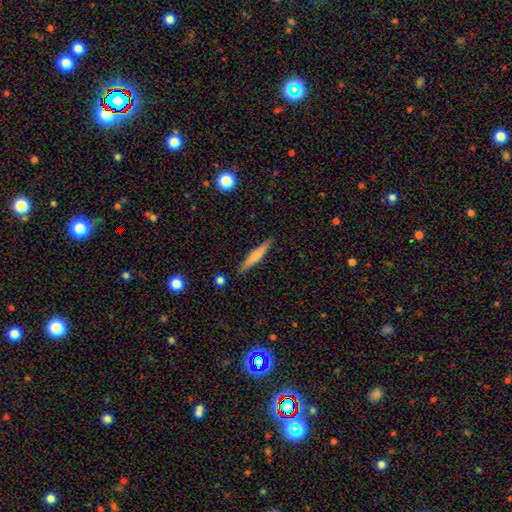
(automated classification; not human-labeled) Morphology: type=smooth (54%); roundness=cigar-shaped (92%); merging=none (89%).